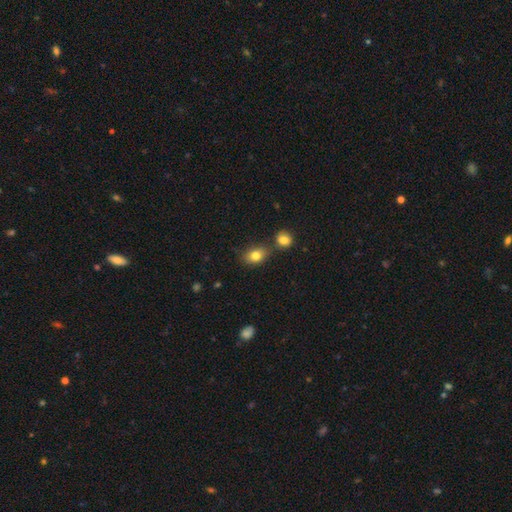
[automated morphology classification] The model was most divided on "how rounded": in between: 71%, round: 28%, cigar-shaped: 2%. More confident: smooth or featured — smooth (80%); merging — none (65%).